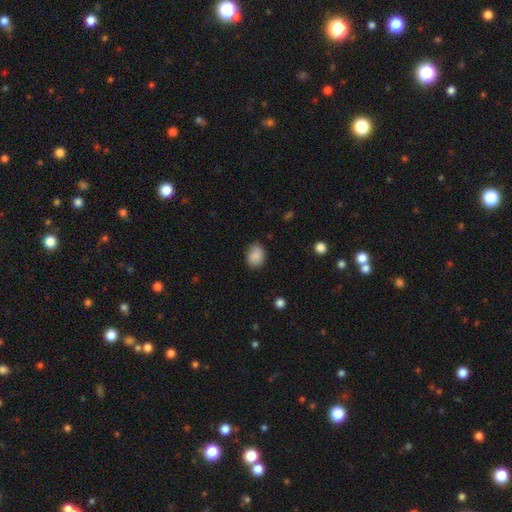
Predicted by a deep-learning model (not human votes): smooth_or_featured: smooth (p=0.88) [alt: star or artifact p=0.08]
how_rounded: in between (p=0.56) [alt: round p=0.43]
merging: none (p=0.81) [alt: minor disturbance p=0.15]